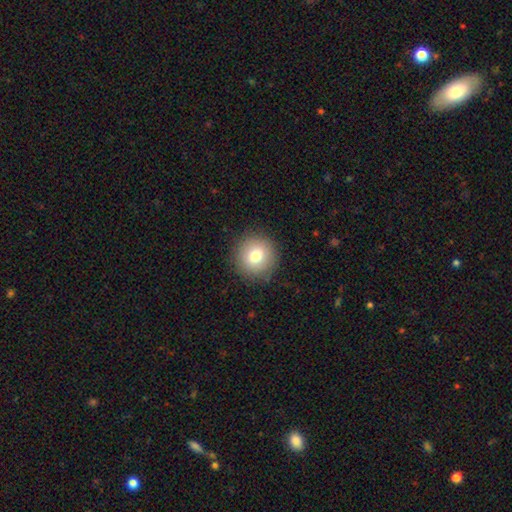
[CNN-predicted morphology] Smooth or featured? Predicted: smooth (p=0.77). How rounded? Predicted: round (p=0.94). Merging? Predicted: none (p=0.89).